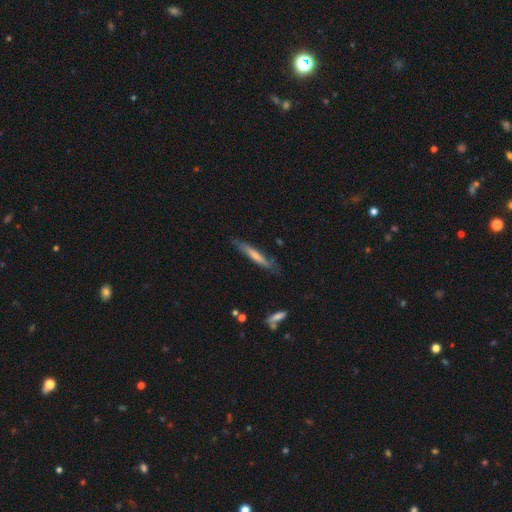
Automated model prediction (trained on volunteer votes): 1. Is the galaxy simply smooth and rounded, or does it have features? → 56% smooth, 38% featured or disk, 5% star or artifact.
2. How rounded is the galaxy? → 93% cigar-shaped, 6% in between, 1% round.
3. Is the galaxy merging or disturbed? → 76% none, 18% minor disturbance, 4% major disturbance, 2% merger.